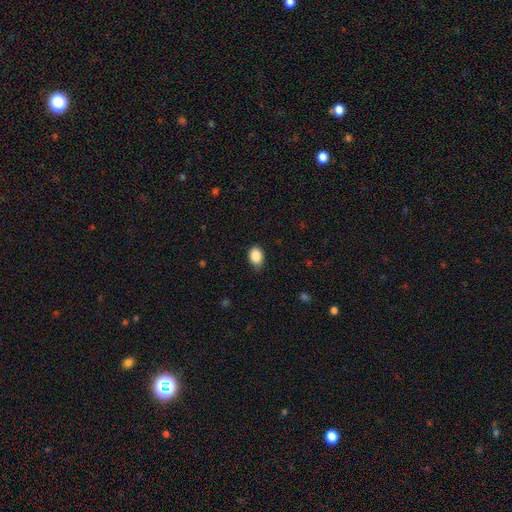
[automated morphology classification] Smooth or featured? Predicted: smooth (p=0.88). How rounded? Predicted: in between (p=0.76). Merging? Predicted: none (p=0.80).